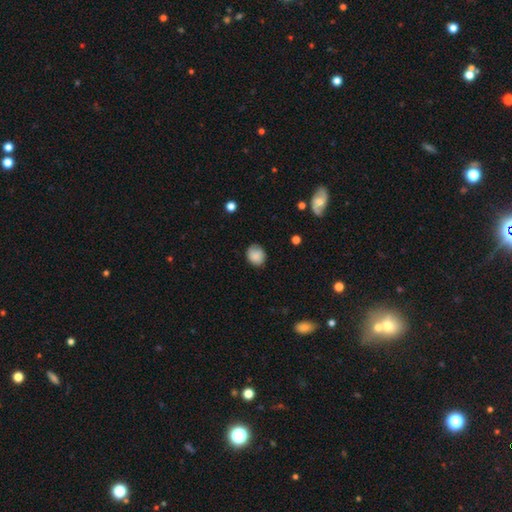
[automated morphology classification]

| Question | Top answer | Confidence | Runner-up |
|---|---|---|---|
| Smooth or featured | smooth | 86% | star or artifact (8%) |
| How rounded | round | 68% | in between (31%) |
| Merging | none | 79% | minor disturbance (17%) |